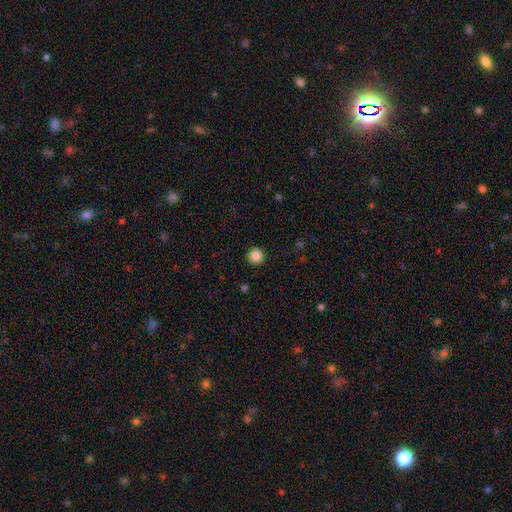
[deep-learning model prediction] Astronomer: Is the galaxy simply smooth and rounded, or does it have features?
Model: smooth — 85%.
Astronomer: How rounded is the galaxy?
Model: round — 96%.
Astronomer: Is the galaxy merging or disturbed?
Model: none — 93%.